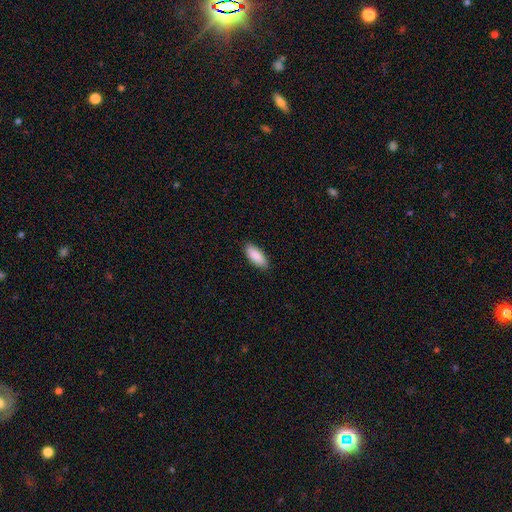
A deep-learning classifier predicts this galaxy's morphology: This appears to be a smooth galaxy with no disk features (90%) that is in between round and cigar-shaped (80%). Merging: none (88%).